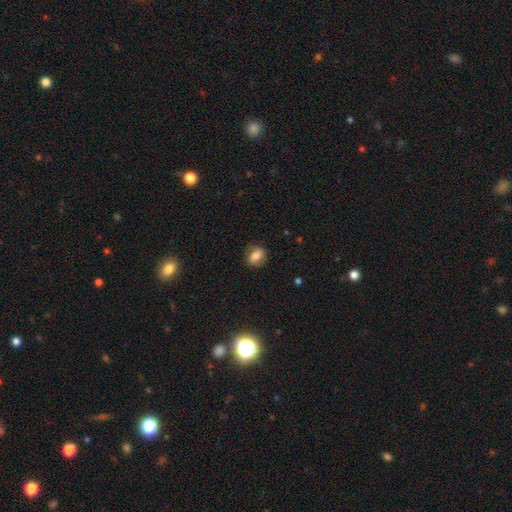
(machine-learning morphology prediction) Smooth or featured: smooth — 65% (featured or disk — 26%)
How rounded: in between — 51% (round — 47%)
Merging: none — 79% (minor disturbance — 15%)